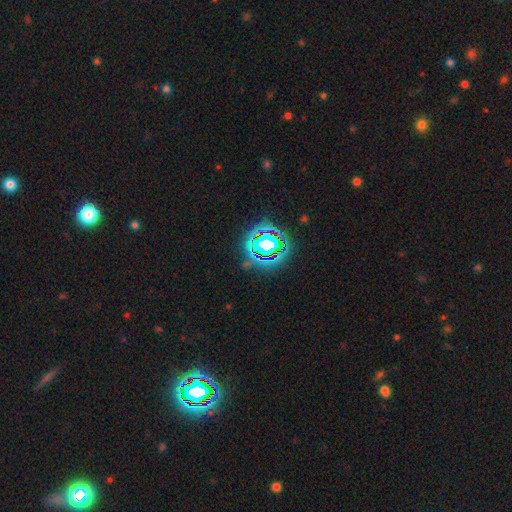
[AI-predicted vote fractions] A star or artifact, not a galaxy (82%).